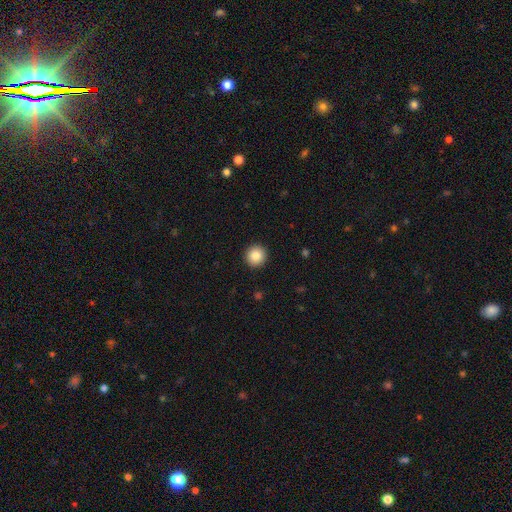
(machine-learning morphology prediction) smooth 85%, star or artifact 9%, featured or disk 6%. Down the decision tree: how rounded — round (96%); merging — none (93%).